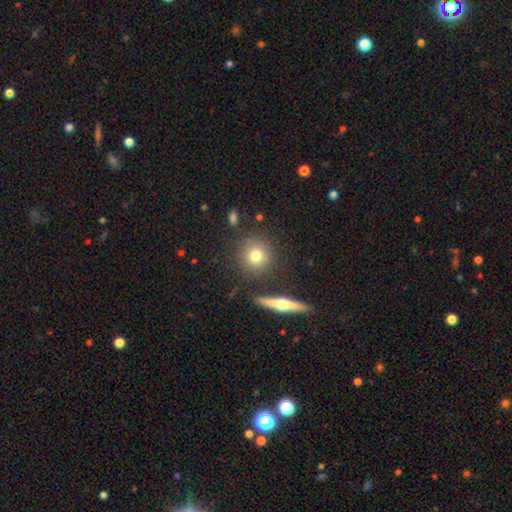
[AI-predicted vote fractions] Smooth or featured: smooth — 72% (featured or disk — 17%)
How rounded: round — 89% (in between — 9%)
Merging: none — 83% (minor disturbance — 9%)